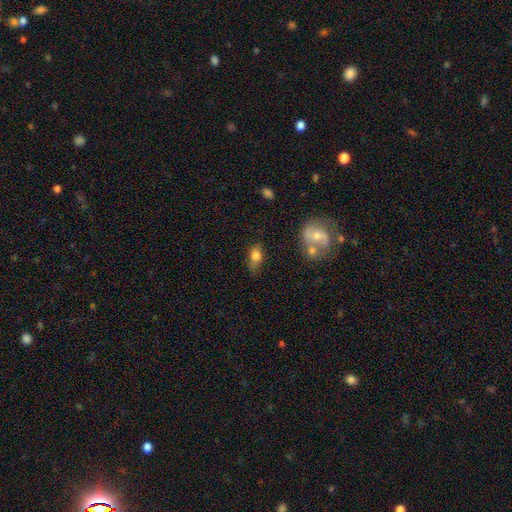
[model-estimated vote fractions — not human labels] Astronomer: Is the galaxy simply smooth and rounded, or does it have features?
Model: smooth — 73%.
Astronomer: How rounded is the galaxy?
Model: in between — 77%.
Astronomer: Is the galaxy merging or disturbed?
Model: none — 57%.